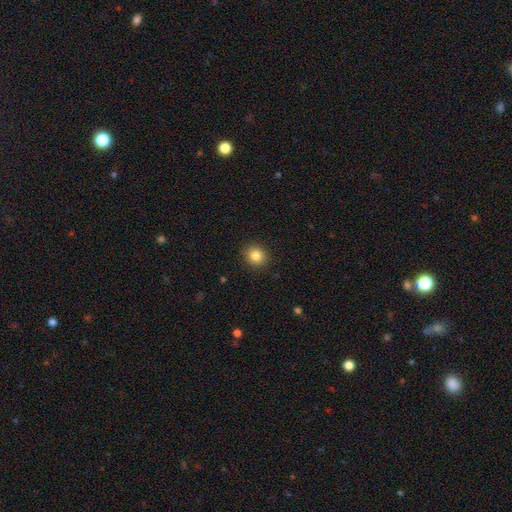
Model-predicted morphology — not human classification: A smooth galaxy with no disk features (84%) that is round (77%).

Vote fractions:
- Smooth or featured? smooth: 84% / star or artifact: 11% / featured or disk: 6%
- How rounded? round: 77% / in between: 22% / cigar-shaped: 1%
- Merging? none: 90% / minor disturbance: 7% / major disturbance: 2% / merger: 1%